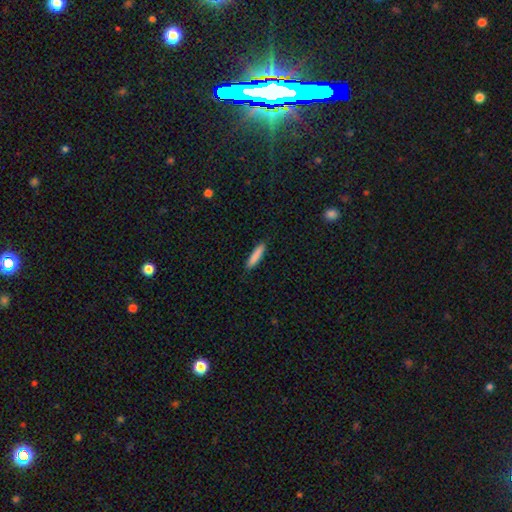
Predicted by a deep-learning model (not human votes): This is clearly a smooth galaxy (87%). How rounded: clearly cigar-shaped (84%). Merging: clearly none (89%).